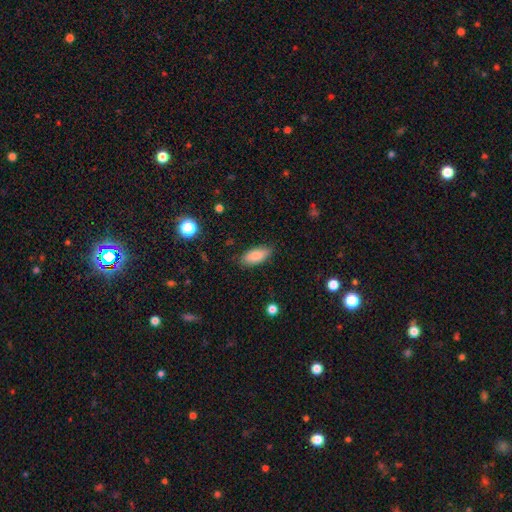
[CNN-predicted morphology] smooth-or-featured: smooth: 83% | featured or disk: 10% | star or artifact: 7%
  how-rounded: in between: 85% | cigar-shaped: 12% | round: 2%
  merging: none: 81% | minor disturbance: 15% | major disturbance: 3% | merger: 1%